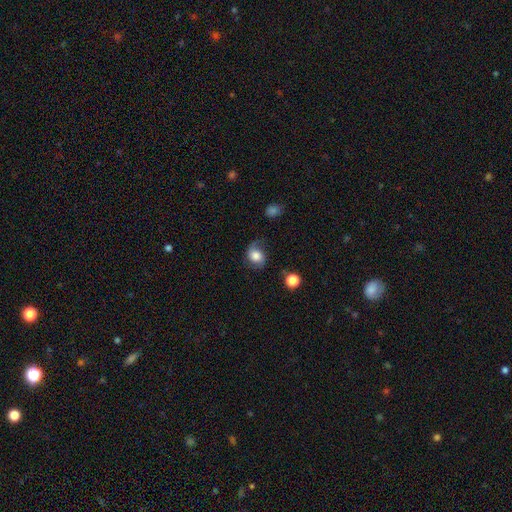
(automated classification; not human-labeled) This appears to be a smooth galaxy with no disk features (60%) that is round (56%). Merging: none (50%).